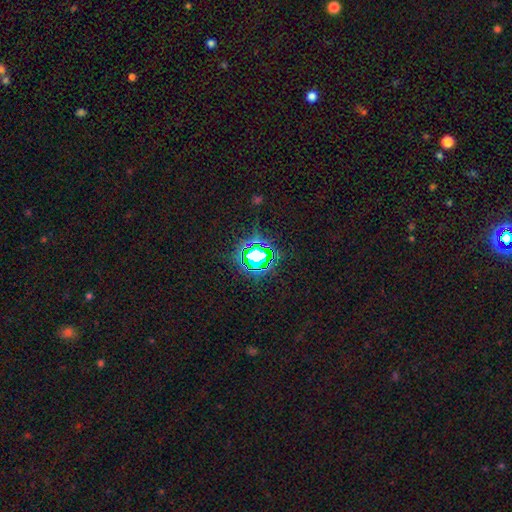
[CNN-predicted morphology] A star or artifact, not a galaxy (75%).